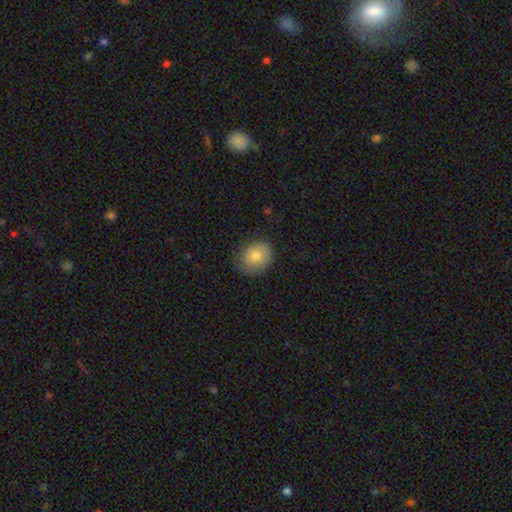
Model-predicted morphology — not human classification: A smooth galaxy with no disk features (75%) that is round (62%). Merging: none (71%).